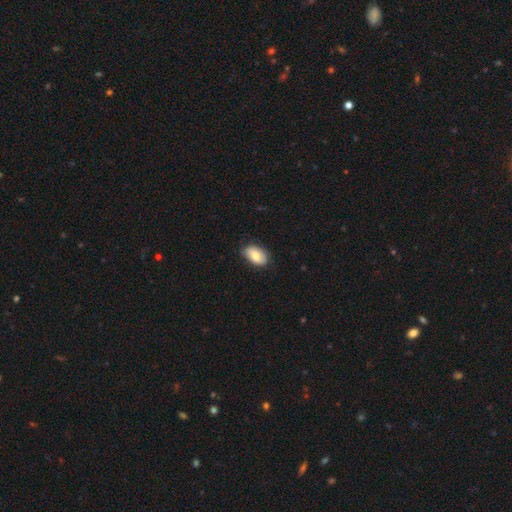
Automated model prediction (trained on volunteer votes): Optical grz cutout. It shows a smooth galaxy with no disk features (77%) that is in between round and cigar-shaped (91%). Merging: none (76%).